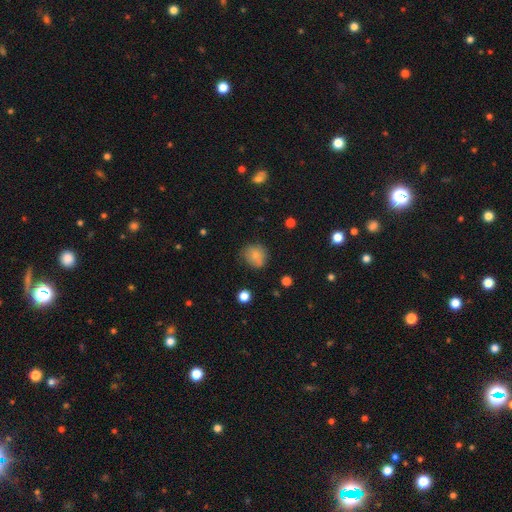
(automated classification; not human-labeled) smooth 80%, star or artifact 11%, featured or disk 10%. Down the decision tree: how rounded — round (75%); merging — none (68%).